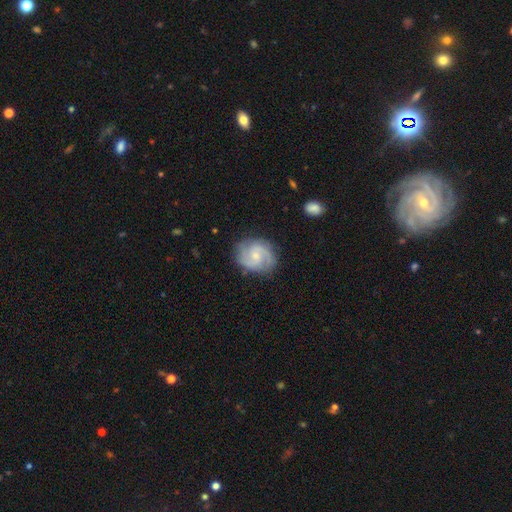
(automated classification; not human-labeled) The model was most divided on "bar": no: 49%, weak: 45%, strong: 6%. More confident: edge-on disk — no (98%); spiral arms — yes (95%); spiral arm count — 2 (79%); merging — none (79%); smooth or featured — featured or disk (77%); bulge size — small (62%); spiral winding — medium (53%).